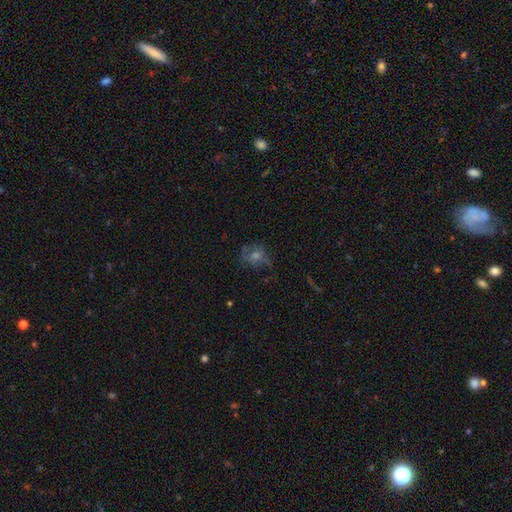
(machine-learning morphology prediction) type=featured or disk (37%, tied with smooth); merging=none (64%).